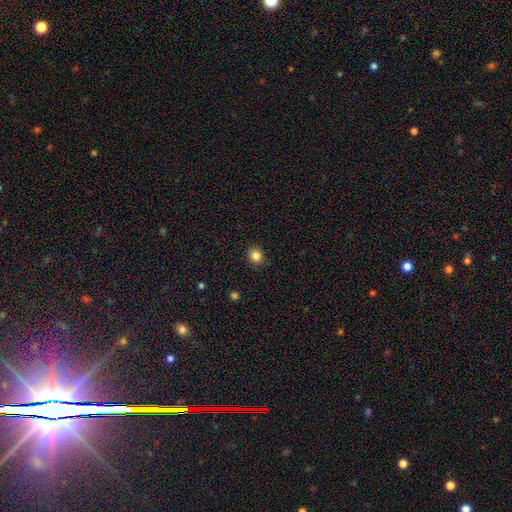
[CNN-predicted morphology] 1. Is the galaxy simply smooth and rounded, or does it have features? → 84% smooth, 12% star or artifact, 4% featured or disk.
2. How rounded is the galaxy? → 80% round, 19% in between, 1% cigar-shaped.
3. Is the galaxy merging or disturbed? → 89% none, 8% minor disturbance, 2% major disturbance, 1% merger.